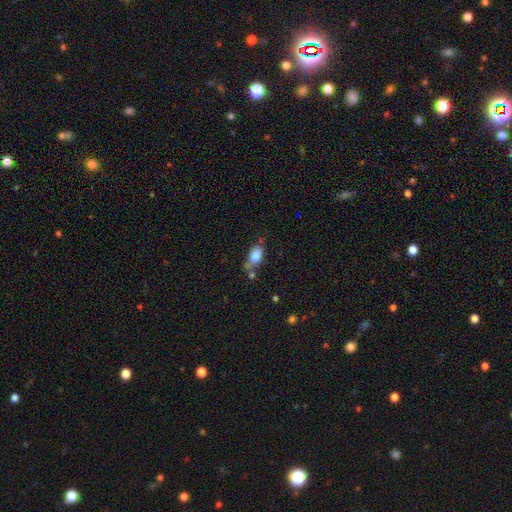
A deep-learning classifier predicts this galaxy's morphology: This appears to be a smooth galaxy with no disk features (79%) that is in between round and cigar-shaped (86%). Merging: none (46%).